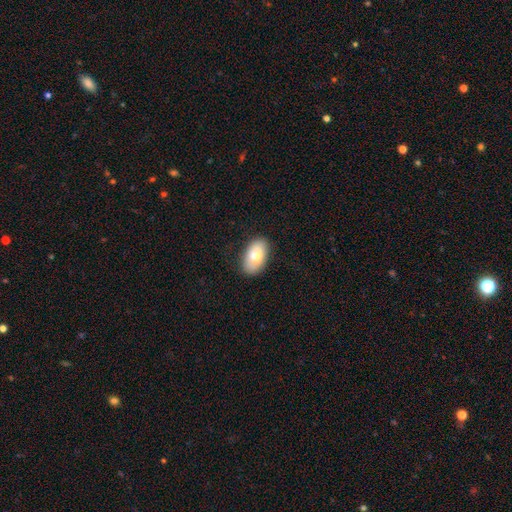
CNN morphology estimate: This is likely a smooth galaxy (73%). How rounded: clearly in between (93%). Merging: clearly none (86%).